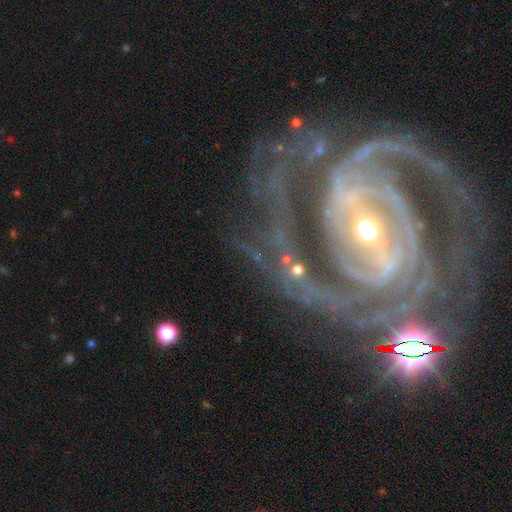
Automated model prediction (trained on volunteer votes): Smooth or featured?
  - featured or disk: 91% *
  - star or artifact: 6%
  - smooth: 3%
Edge-on disk?
  - no: 97% *
  - yes: 3%
Bar?
  - strong: 49% *
  - weak: 30%
  - no: 21%
Spiral arms?
  - yes: 98% *
  - no: 2%
Spiral winding?
  - tight: 56% *
  - medium: 35%
  - loose: 8%
Spiral arm count?
  - 2: 33% *
  - 3: 21%
  - can't tell: 16%
  - 4: 12%
  - more than 4: 10%
  - 1: 8%
Bulge size?
  - small: 52% *
  - moderate: 42%
  - large: 3%
  - none: 1%
  - dominant: 1%
Merging?
  - none: 61% *
  - major disturbance: 18%
  - minor disturbance: 17%
  - merger: 4%